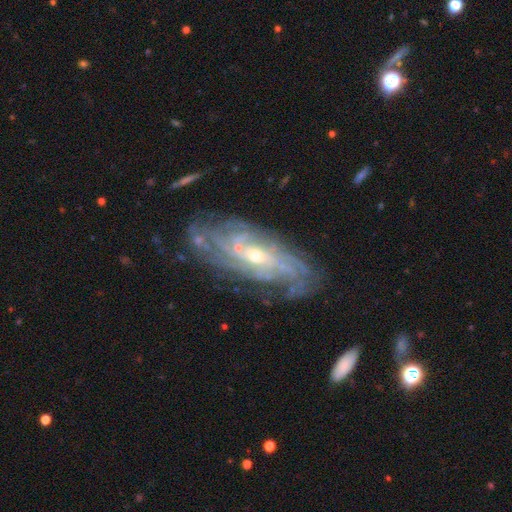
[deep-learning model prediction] Smooth or featured? featured or disk (86%)
Edge-on disk? no (89%)
Bar? no (67%)
Spiral arms? yes (92%)
Spiral winding? tight (67%)
Spiral arm count? can't tell (41%)
Bulge size? small (63%)
Merging? none (70%)